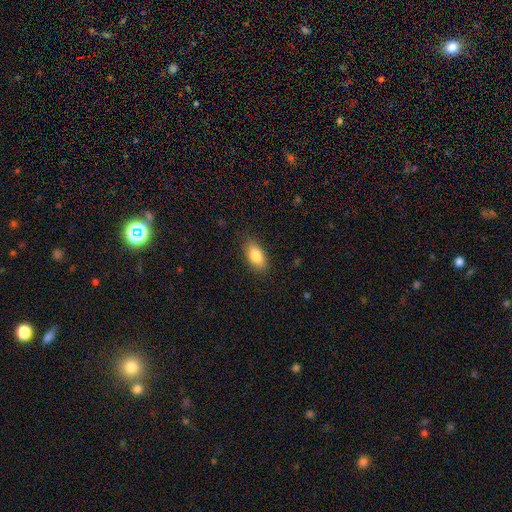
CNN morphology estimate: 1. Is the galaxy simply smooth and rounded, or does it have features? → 83% smooth, 10% featured or disk, 7% star or artifact.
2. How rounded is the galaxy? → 90% in between, 6% cigar-shaped, 4% round.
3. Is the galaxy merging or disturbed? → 85% none, 11% minor disturbance, 3% major disturbance, 1% merger.